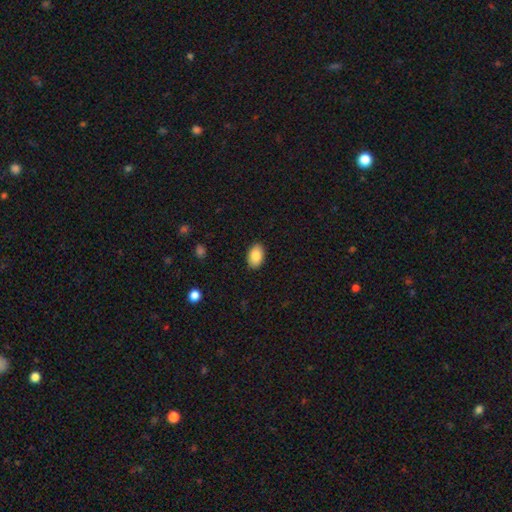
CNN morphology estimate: Q: Smooth or featured?
A: smooth (88%); runner-up: star or artifact (7%)
Q: How rounded?
A: in between (91%); runner-up: round (8%)
Q: Merging?
A: none (89%); runner-up: minor disturbance (8%)